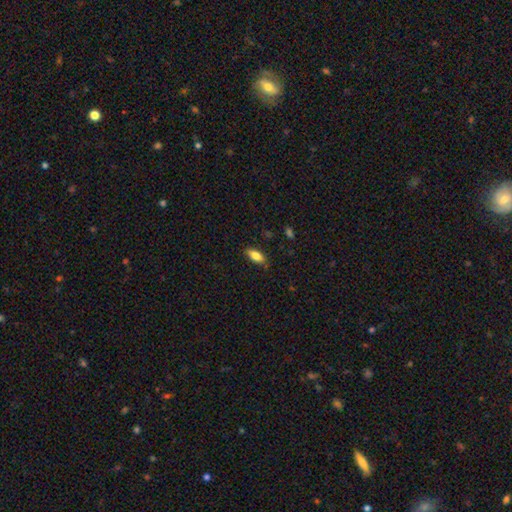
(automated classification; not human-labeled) Smooth or featured? smooth (81%)
How rounded? in between (86%)
Merging? none (84%)